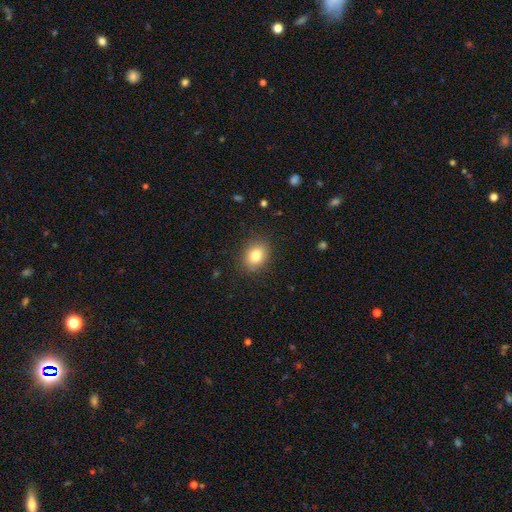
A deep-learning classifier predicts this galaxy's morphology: The model was most divided on "how rounded": in between: 60%, round: 39%, cigar-shaped: 1%. More confident: merging — none (85%); smooth or featured — smooth (82%).